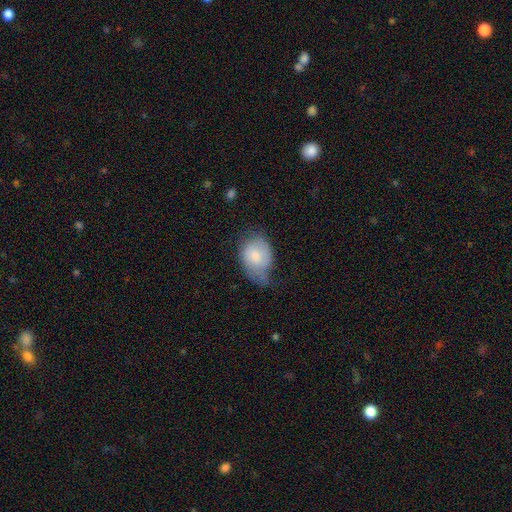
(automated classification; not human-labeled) A smooth galaxy with no disk features (73%) that is in between round and cigar-shaped (66%). Merging: minor disturbance (42%).